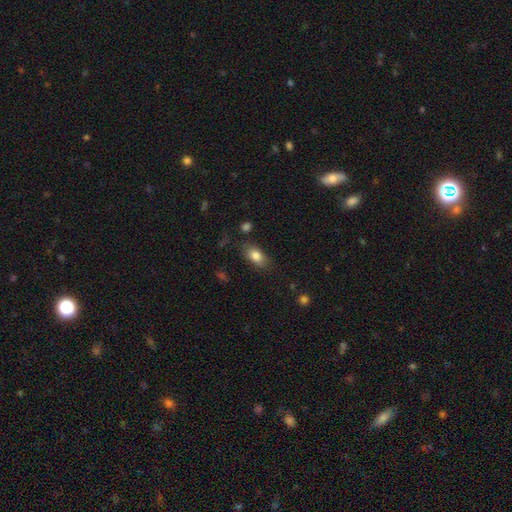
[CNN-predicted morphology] This appears to be a smooth galaxy with no disk features (82%) that is in between round and cigar-shaped (87%). Merging: none (79%).